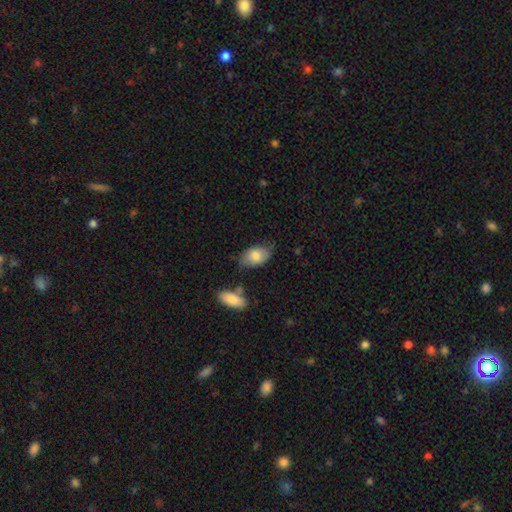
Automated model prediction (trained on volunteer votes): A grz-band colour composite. It shows a smooth galaxy with no disk features (80%) that is in between round and cigar-shaped (92%). Merging: none (66%).